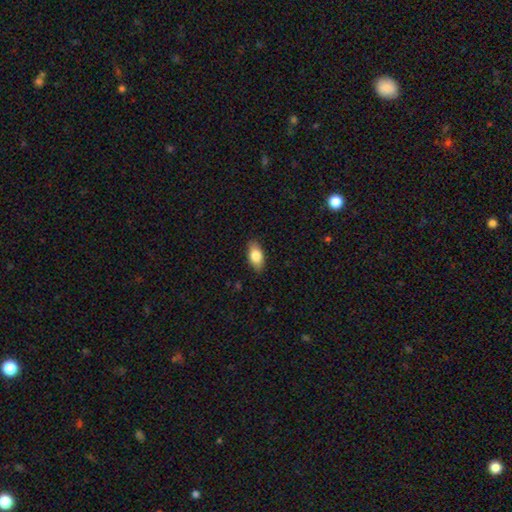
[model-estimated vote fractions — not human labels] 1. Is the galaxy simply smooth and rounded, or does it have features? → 81% smooth, 12% featured or disk, 7% star or artifact.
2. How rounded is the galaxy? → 90% in between, 5% cigar-shaped, 5% round.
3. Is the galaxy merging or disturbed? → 86% none, 11% minor disturbance, 2% major disturbance, 1% merger.